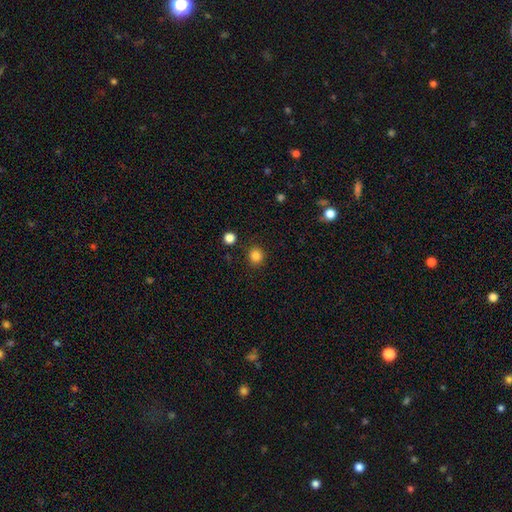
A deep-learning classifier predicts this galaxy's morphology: This is clearly a smooth galaxy (85%). How rounded: clearly round (86%). Merging: clearly none (88%).